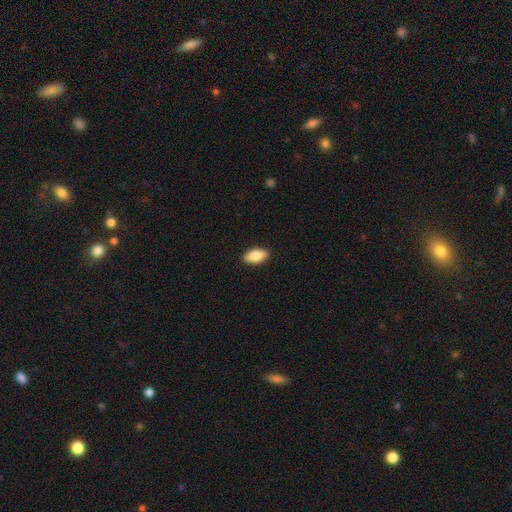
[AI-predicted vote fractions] smooth_or_featured: smooth (p=0.86) [alt: featured or disk p=0.08]
how_rounded: in between (p=0.89) [alt: cigar-shaped p=0.08]
merging: none (p=0.90) [alt: minor disturbance p=0.08]